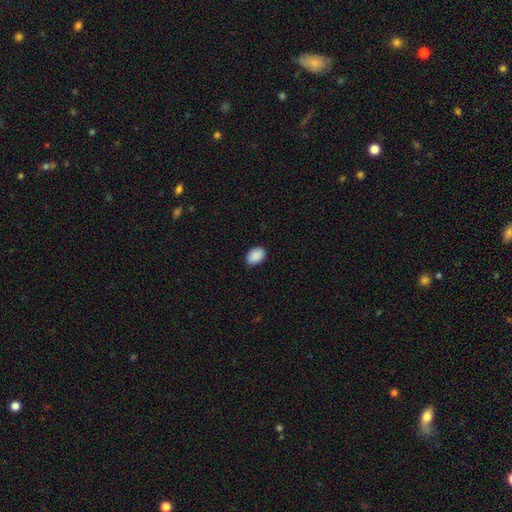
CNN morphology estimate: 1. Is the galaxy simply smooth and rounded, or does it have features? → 91% smooth, 7% star or artifact, 2% featured or disk.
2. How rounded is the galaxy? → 85% in between, 14% round, 1% cigar-shaped.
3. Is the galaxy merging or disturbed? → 86% none, 11% minor disturbance, 2% major disturbance, 1% merger.